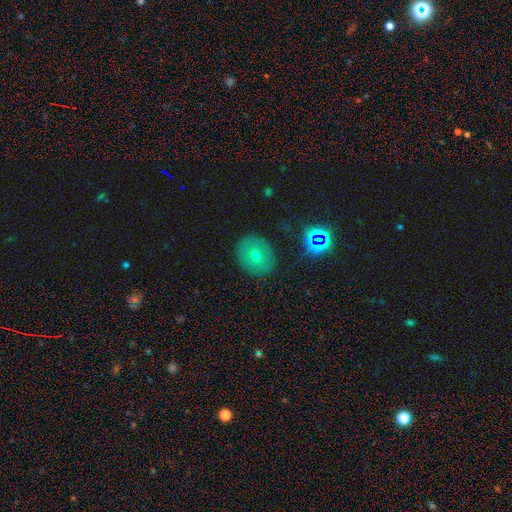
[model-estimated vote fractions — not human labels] Q: Smooth or featured?
A: smooth (56%); runner-up: featured or disk (27%)
Q: How rounded?
A: round (64%); runner-up: in between (35%)
Q: Merging?
A: none (82%); runner-up: minor disturbance (12%)